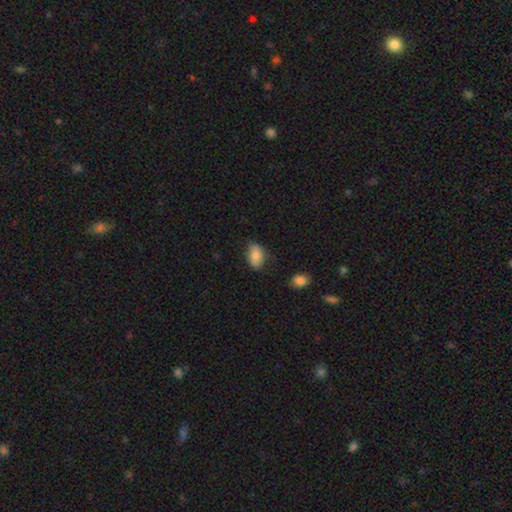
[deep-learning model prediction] Morphology: type=smooth (83%); roundness=in between (90%); merging=none (73%).